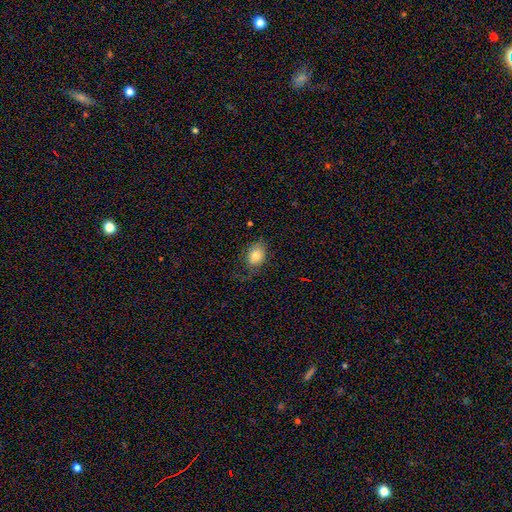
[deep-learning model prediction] Smooth or featured?
  - smooth: 79% *
  - featured or disk: 12%
  - star or artifact: 9%
How rounded?
  - in between: 68% *
  - round: 31%
  - cigar-shaped: 1%
Merging?
  - none: 58% *
  - minor disturbance: 23%
  - major disturbance: 17%
  - merger: 2%